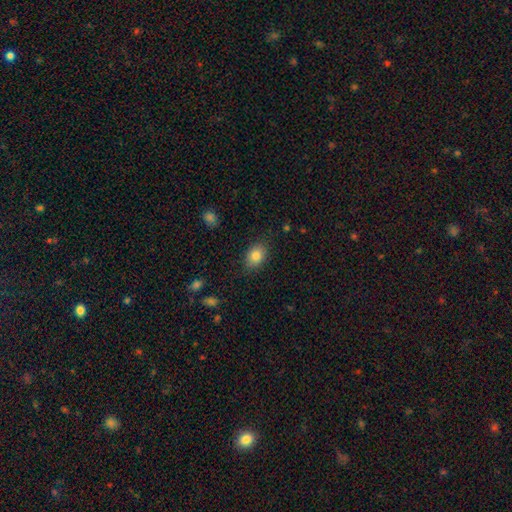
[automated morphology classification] smooth 84%, star or artifact 8%, featured or disk 8%. Down the decision tree: how rounded — in between (74%); merging — none (84%).